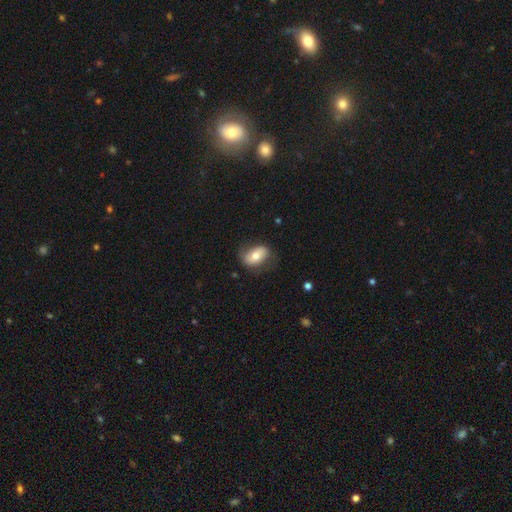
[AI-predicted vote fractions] smooth 62%, featured or disk 31%, star or artifact 7%. Down the decision tree: how rounded — in between (88%); merging — none (67%).